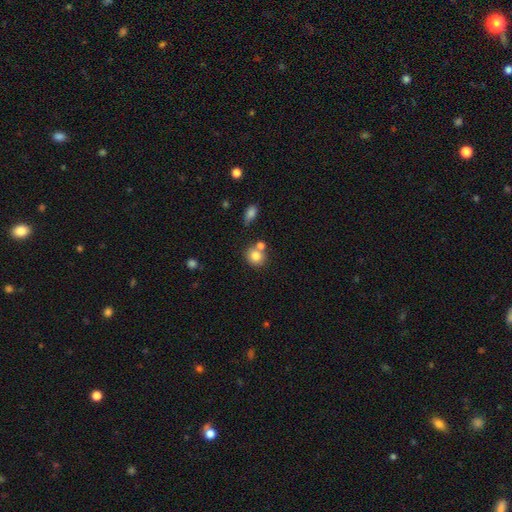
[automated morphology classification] Overall: smooth (80%). How rounded: round (81%). Merging: none (60%; merger 26%).